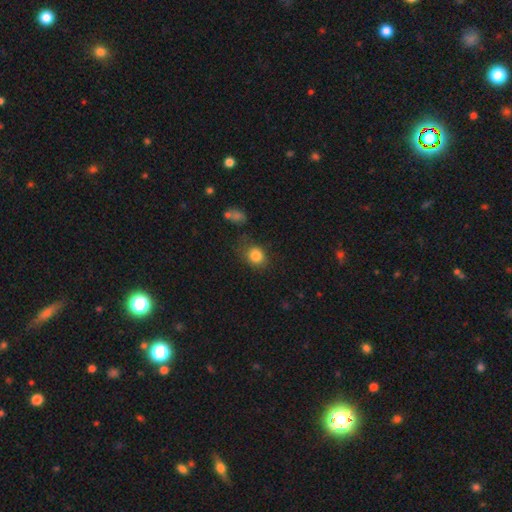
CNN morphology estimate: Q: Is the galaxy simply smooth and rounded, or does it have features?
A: smooth — 84%.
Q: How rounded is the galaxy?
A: round — 70%.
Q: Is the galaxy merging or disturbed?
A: none — 71%.